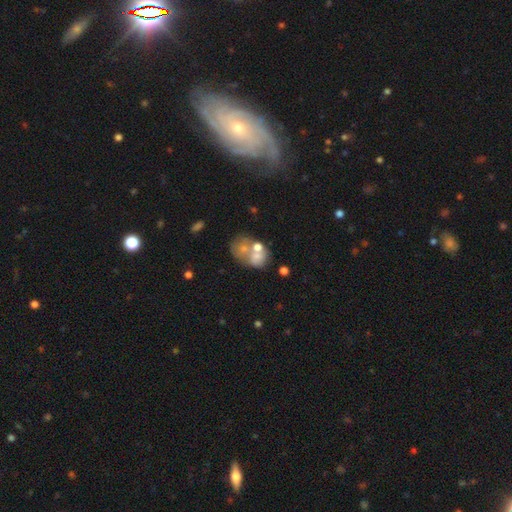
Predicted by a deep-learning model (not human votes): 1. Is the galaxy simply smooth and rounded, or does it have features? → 43% featured or disk, 40% smooth, 18% star or artifact.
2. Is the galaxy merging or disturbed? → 47% merger, 27% none, 13% major disturbance, 13% minor disturbance.